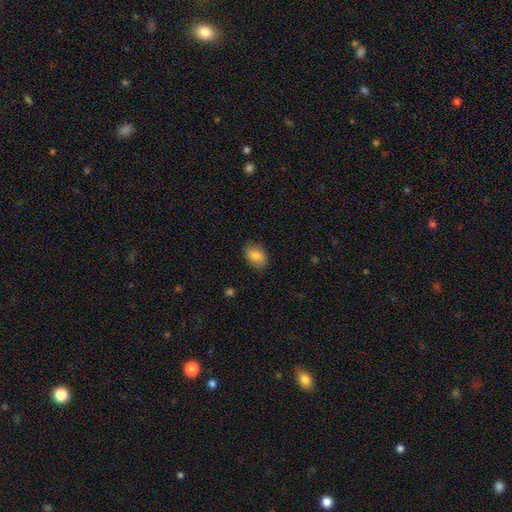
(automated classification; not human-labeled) Smooth or featured? Predicted: smooth (p=0.82). How rounded? Predicted: in between (p=0.81). Merging? Predicted: none (p=0.80).